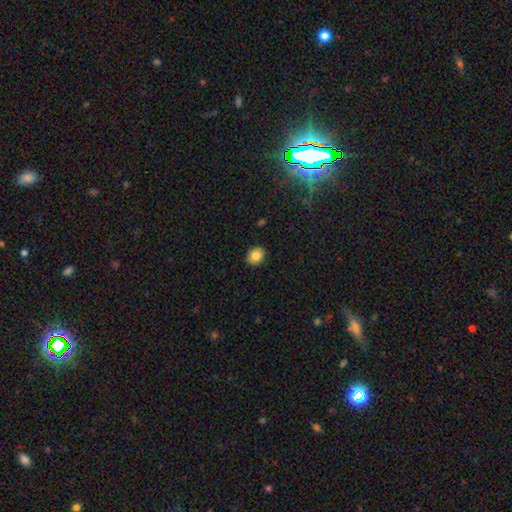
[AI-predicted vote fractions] The model was most divided on "how rounded": round: 54%, in between: 46%, cigar-shaped: 1%. More confident: merging — none (90%); smooth or featured — smooth (85%).